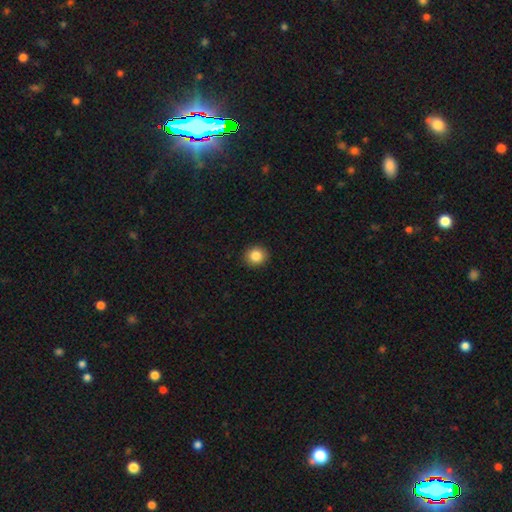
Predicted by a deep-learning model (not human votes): Q: Smooth or featured?
A: smooth (85%); runner-up: star or artifact (10%)
Q: How rounded?
A: round (86%); runner-up: in between (13%)
Q: Merging?
A: none (92%); runner-up: minor disturbance (5%)